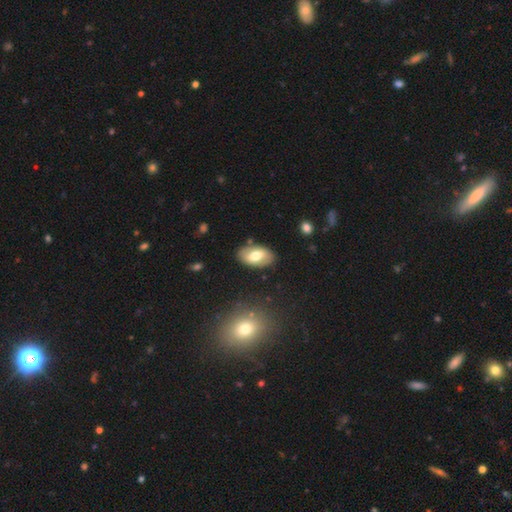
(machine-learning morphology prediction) type=smooth (62%); roundness=in between (93%); merging=none (83%).